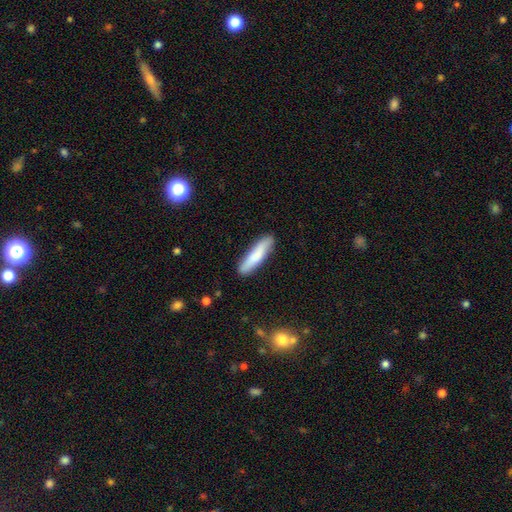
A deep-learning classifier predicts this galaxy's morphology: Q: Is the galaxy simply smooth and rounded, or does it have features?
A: smooth — 78%.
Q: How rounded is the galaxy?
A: cigar-shaped — 81%.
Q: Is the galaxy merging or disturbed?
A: none — 87%.